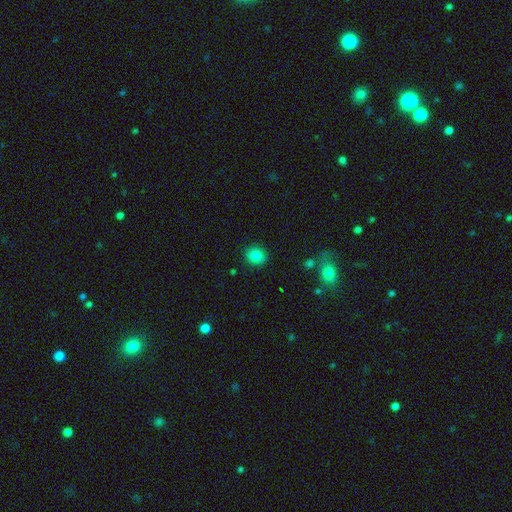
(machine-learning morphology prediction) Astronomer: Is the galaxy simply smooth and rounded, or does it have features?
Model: smooth — 84%.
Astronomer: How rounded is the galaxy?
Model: round — 82%.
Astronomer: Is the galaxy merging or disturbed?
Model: none — 90%.